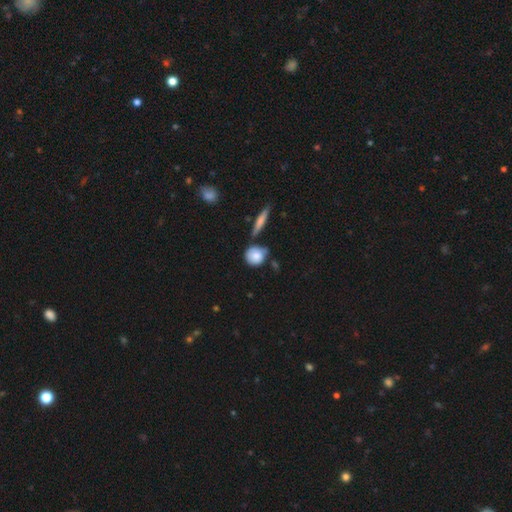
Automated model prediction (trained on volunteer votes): Morphology: type=smooth (80%); roundness=round (82%); merging=none (57%).